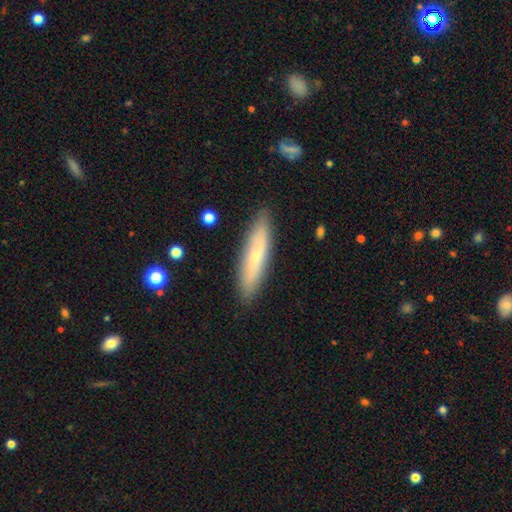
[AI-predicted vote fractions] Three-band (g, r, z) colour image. It shows a smooth galaxy with no disk features (57%) that is cigar-shaped (80%). Merging: none (87%).